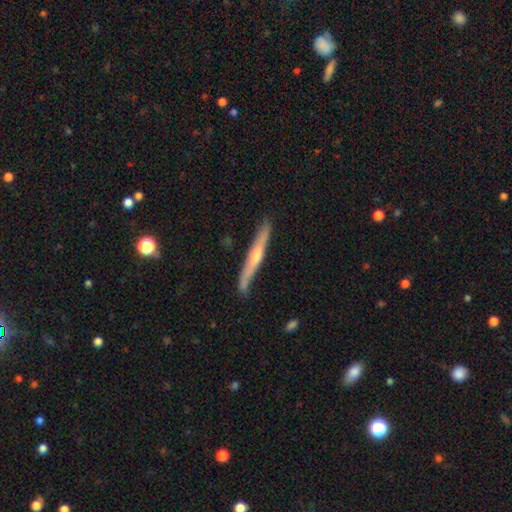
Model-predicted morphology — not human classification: Smooth or featured: featured or disk — 60% (smooth — 35%)
Edge-on disk: yes — 94% (no — 6%)
Edge-on bulge: rounded — 73% (none — 21%)
Merging: none — 79% (minor disturbance — 16%)